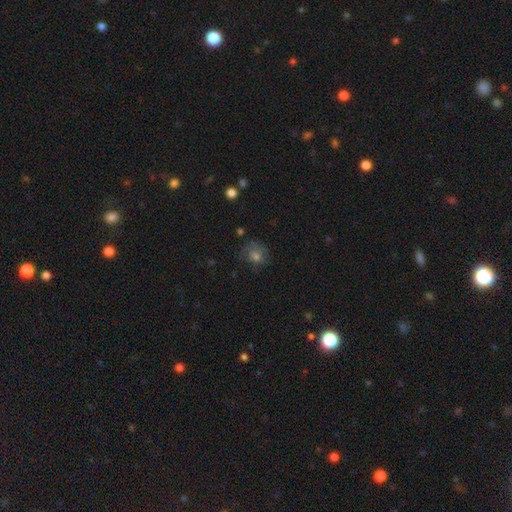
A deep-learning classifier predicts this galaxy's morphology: Smooth or featured: smooth — 59% (featured or disk — 22%)
How rounded: round — 76% (in between — 23%)
Merging: none — 62% (minor disturbance — 23%)